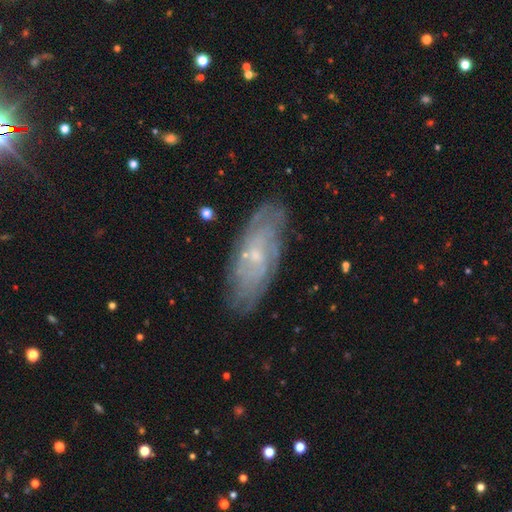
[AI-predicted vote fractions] featured or disk 71%, smooth 21%, star or artifact 8%. Down the decision tree: edge-on disk — no (87%); bar — no (65%); spiral arms — yes (85%); spiral arm count — can't tell (61%); spiral winding — tight (64%); bulge size — small (77%); merging — none (80%).